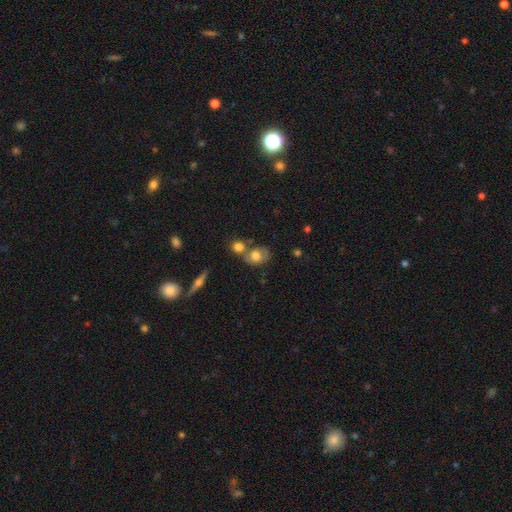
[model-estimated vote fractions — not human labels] smooth 66%, featured or disk 25%, star or artifact 9%. Down the decision tree: how rounded — in between (60%); merging — none (44%).